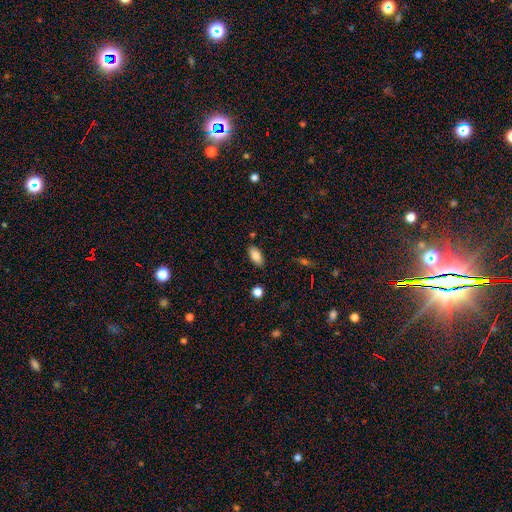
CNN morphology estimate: Smooth or featured? smooth (85%)
How rounded? in between (91%)
Merging? none (85%)